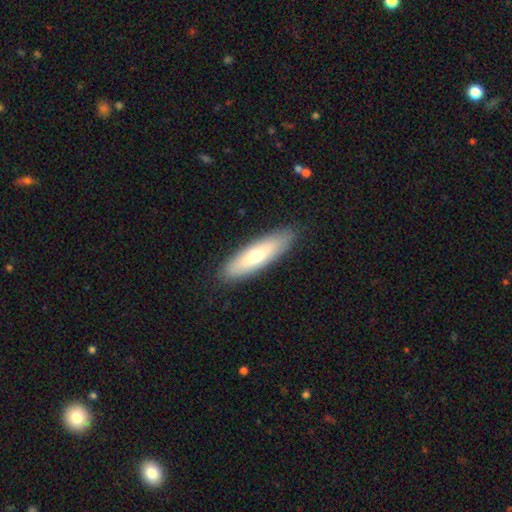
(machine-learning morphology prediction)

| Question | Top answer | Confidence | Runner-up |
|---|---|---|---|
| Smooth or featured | smooth | 66% | featured or disk (29%) |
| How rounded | cigar-shaped | 60% | in between (38%) |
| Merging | none | 88% | minor disturbance (9%) |